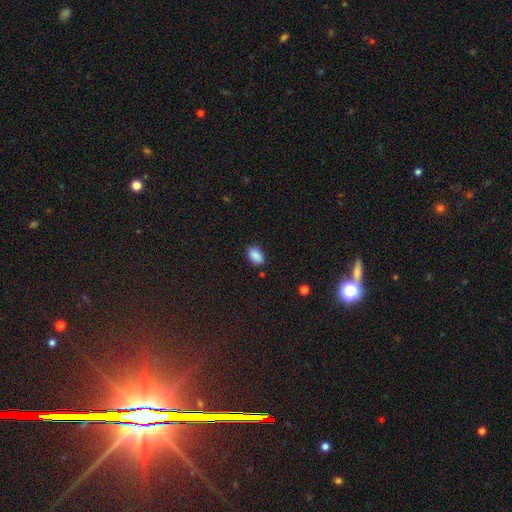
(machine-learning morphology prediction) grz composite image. It shows a smooth galaxy with no disk features (88%) that is in between round and cigar-shaped (88%). Merging: none (83%).